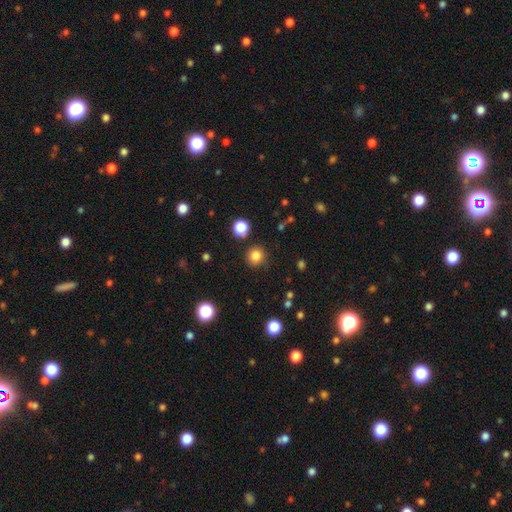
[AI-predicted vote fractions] Q: Smooth or featured?
A: smooth (84%); runner-up: star or artifact (12%)
Q: How rounded?
A: round (91%); runner-up: in between (8%)
Q: Merging?
A: none (87%); runner-up: minor disturbance (7%)